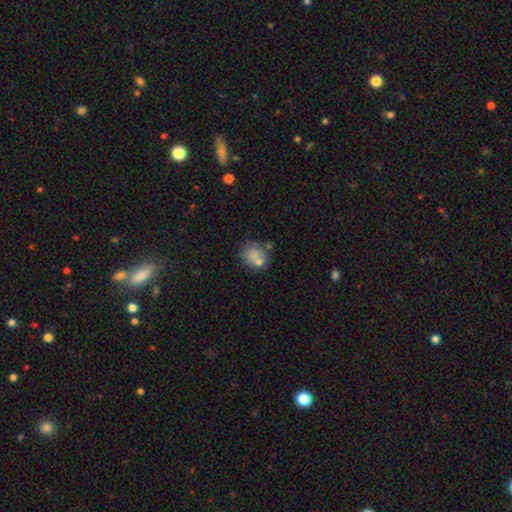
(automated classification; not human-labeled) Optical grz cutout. It shows a smooth galaxy with no disk features (74%) that is round (55%). Merging: none (55%).